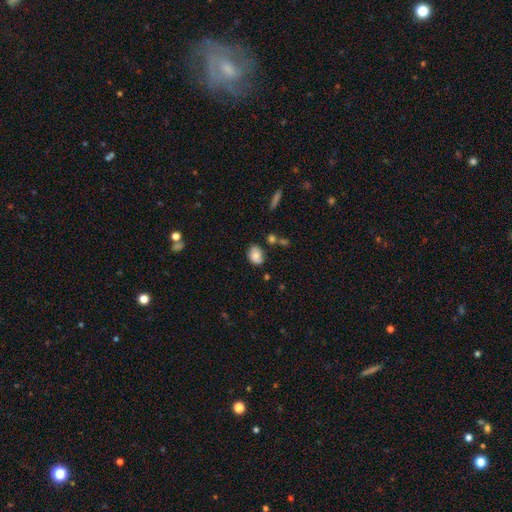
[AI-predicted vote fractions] This is likely a smooth galaxy (77%). How rounded: likely in between (73%). Merging: likely none (66%).